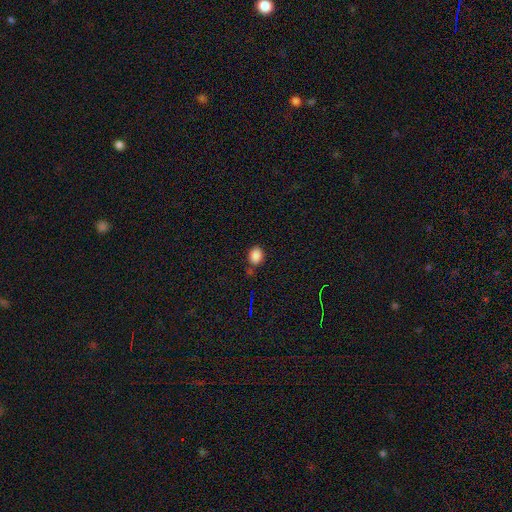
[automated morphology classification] This appears to be a smooth galaxy with no disk features (85%) that is in between round and cigar-shaped (53%). Merging: none (73%).